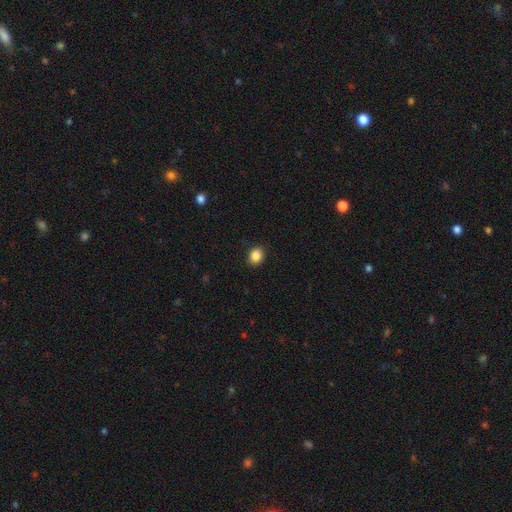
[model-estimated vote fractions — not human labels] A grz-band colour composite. It shows a smooth galaxy with no disk features (86%) that is round (64%). Merging: none (89%).